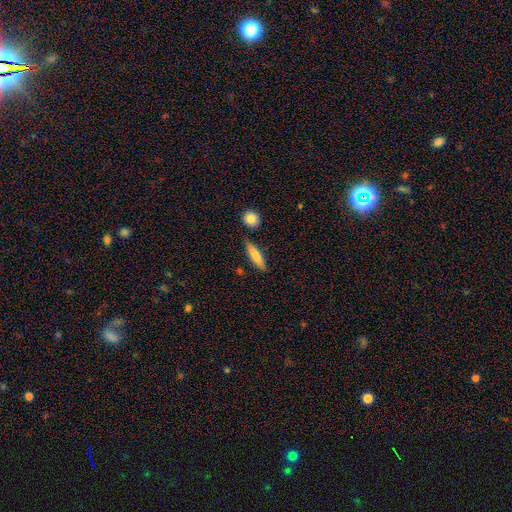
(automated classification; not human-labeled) This is likely a smooth galaxy (75%). How rounded: likely cigar-shaped (73%). Merging: clearly none (80%).